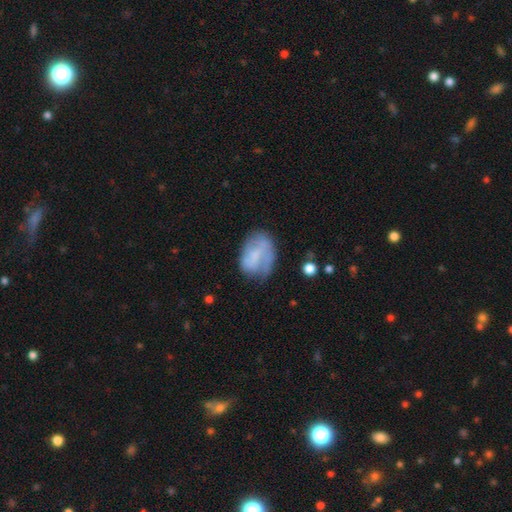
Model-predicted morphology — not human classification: type=smooth (52%); roundness=in between (75%); merging=none (47%).